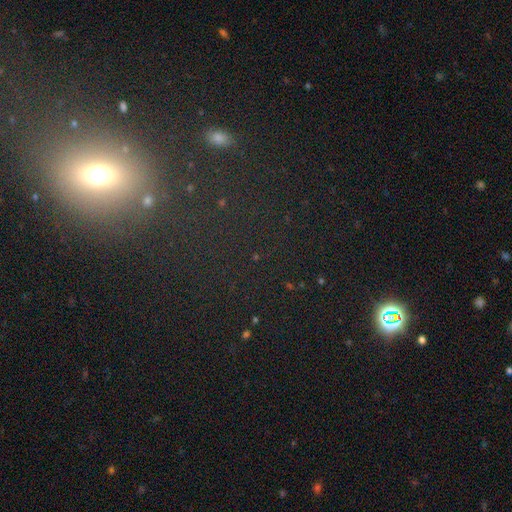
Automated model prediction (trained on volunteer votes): star or artifact 47%, smooth 39%, featured or disk 14%.